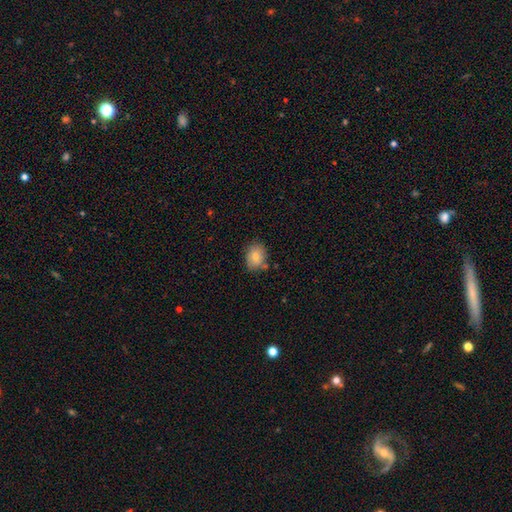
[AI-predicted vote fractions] The model was most divided on "how rounded": in between: 60%, round: 39%, cigar-shaped: 1%. More confident: smooth or featured — smooth (77%); merging — none (76%).